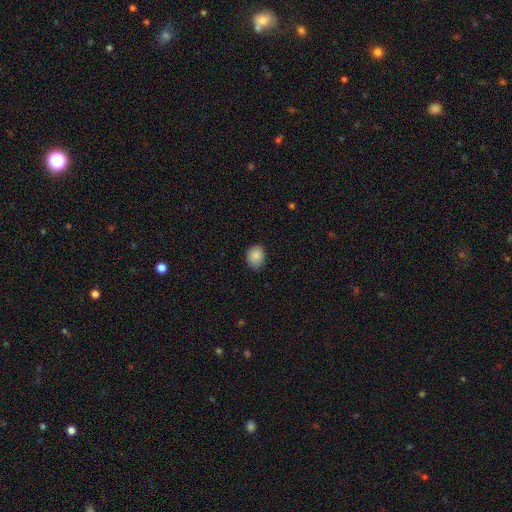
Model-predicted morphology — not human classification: A smooth galaxy with no disk features (87%) that is round (53%).

Vote fractions:
- Smooth or featured? smooth: 87% / star or artifact: 8% / featured or disk: 4%
- How rounded? round: 53% / in between: 47% / cigar-shaped: 1%
- Merging? none: 79% / minor disturbance: 18% / major disturbance: 3% / merger: 1%